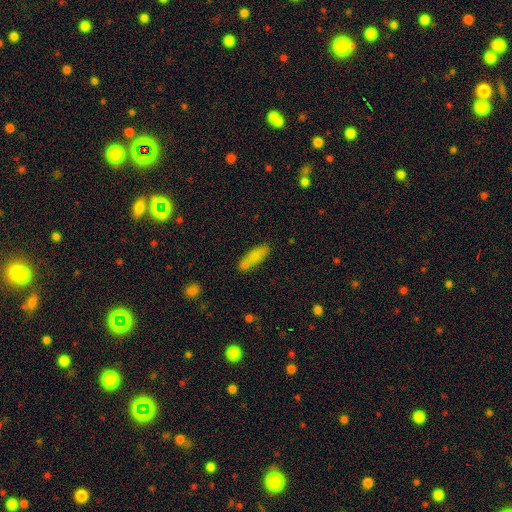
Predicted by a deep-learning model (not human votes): Overall: smooth (79%). How rounded: in between (54%; cigar-shaped 43%). Merging: none (57%; merger 21%).